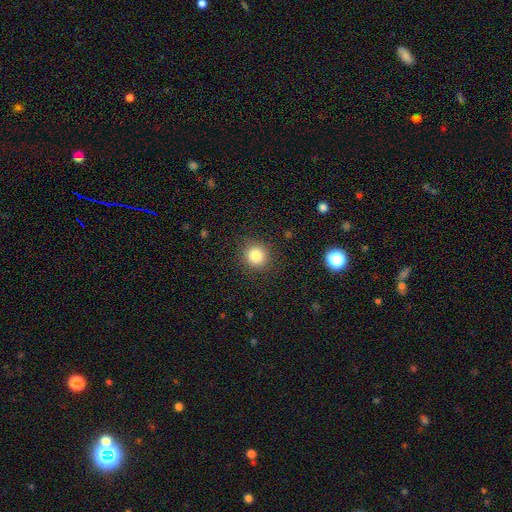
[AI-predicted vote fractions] A smooth galaxy with no disk features (83%) that is round (91%). Merging: none (89%).